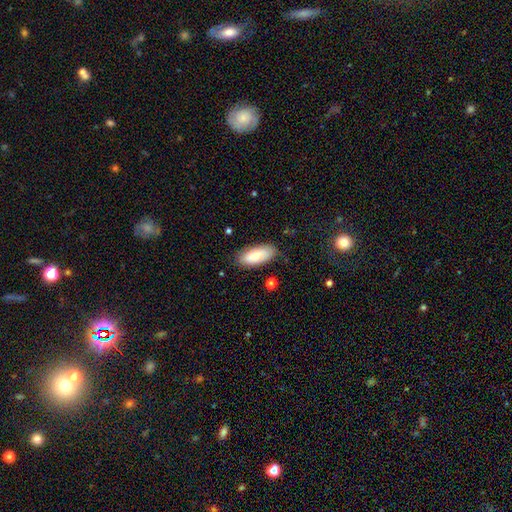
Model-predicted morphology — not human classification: Smooth or featured? Predicted: smooth (p=0.80). How rounded? Predicted: in between (p=0.87). Merging? Predicted: none (p=0.82).